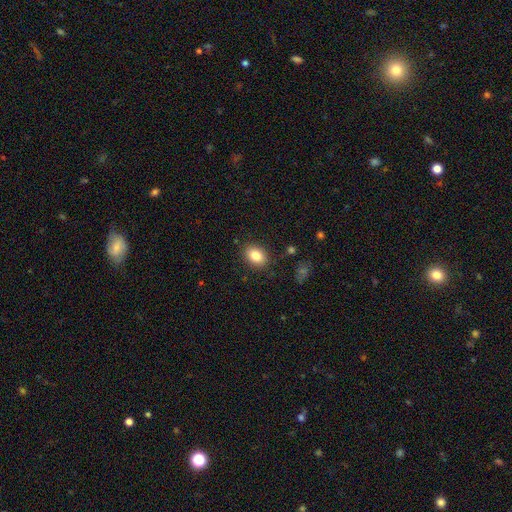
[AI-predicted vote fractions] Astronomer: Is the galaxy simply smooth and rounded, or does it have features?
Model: smooth — 84%.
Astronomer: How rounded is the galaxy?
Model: in between — 75%.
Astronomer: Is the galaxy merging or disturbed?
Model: none — 87%.